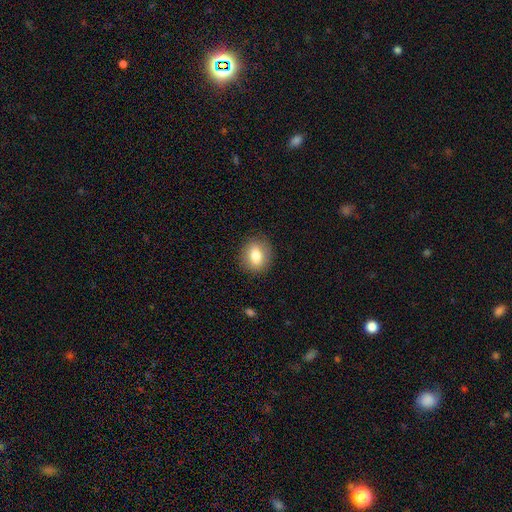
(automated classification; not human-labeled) Smooth or featured? Predicted: smooth (p=0.77). How rounded? Predicted: round (p=0.57). Merging? Predicted: none (p=0.87).